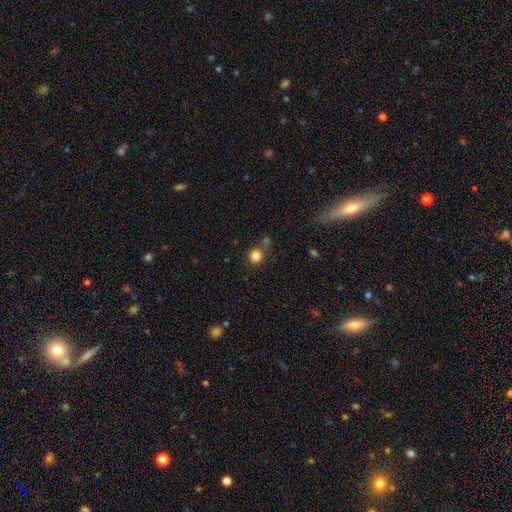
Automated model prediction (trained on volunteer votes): Q: Smooth or featured?
A: smooth (84%); runner-up: star or artifact (11%)
Q: How rounded?
A: round (88%); runner-up: in between (11%)
Q: Merging?
A: none (73%); runner-up: merger (12%)